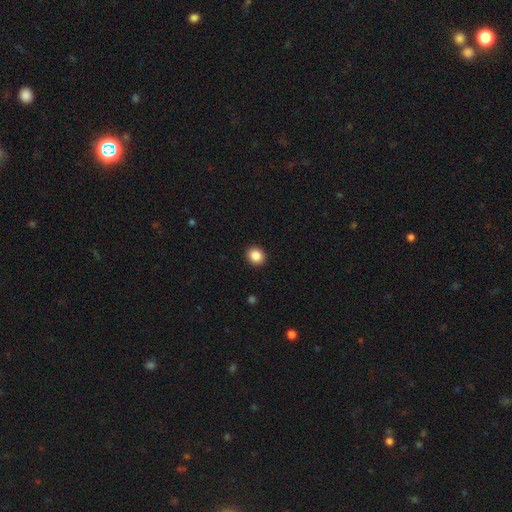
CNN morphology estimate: Smooth or featured? Predicted: smooth (p=0.87). How rounded? Predicted: round (p=0.82). Merging? Predicted: none (p=0.92).